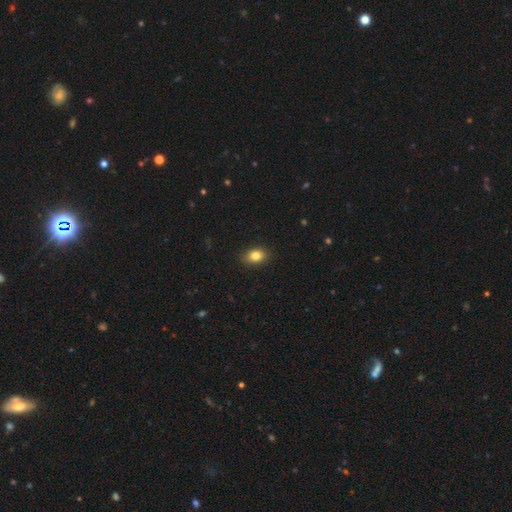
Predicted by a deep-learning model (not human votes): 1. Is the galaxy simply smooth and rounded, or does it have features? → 83% smooth, 9% star or artifact, 8% featured or disk.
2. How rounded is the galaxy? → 78% in between, 21% round, 1% cigar-shaped.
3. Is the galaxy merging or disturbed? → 88% none, 9% minor disturbance, 2% major disturbance, 1% merger.